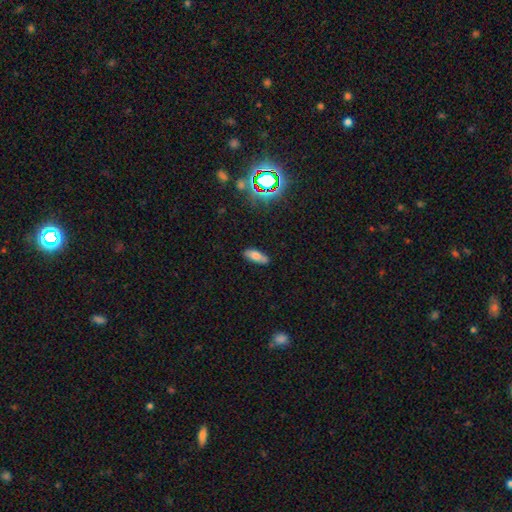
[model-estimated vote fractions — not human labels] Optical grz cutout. It shows a smooth galaxy with no disk features (70%) that is in between round and cigar-shaped (74%). Merging: none (79%).